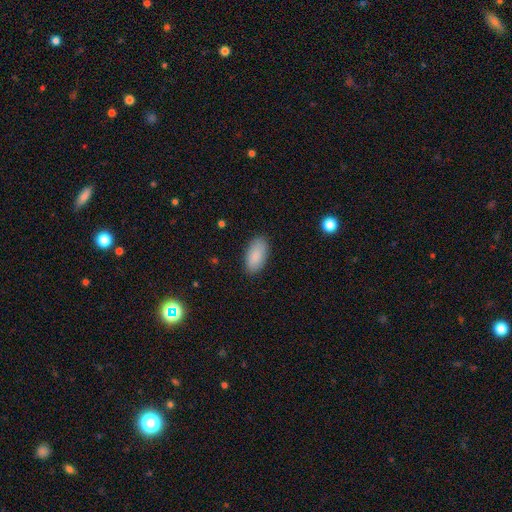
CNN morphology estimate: smooth_or_featured: smooth (p=0.89) [alt: star or artifact p=0.06]
how_rounded: in between (p=0.94) [alt: cigar-shaped p=0.04]
merging: none (p=0.86) [alt: minor disturbance p=0.10]